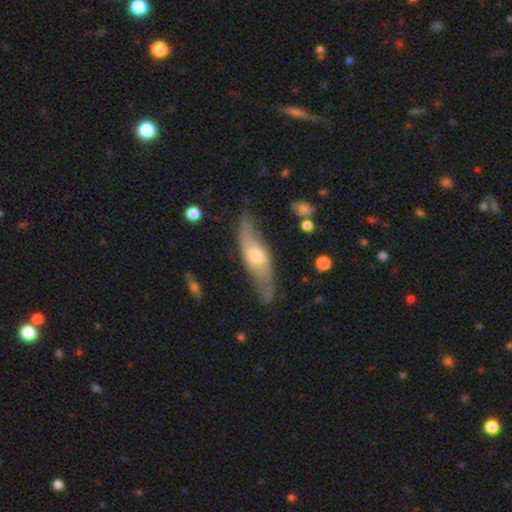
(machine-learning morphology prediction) Smooth or featured? Predicted: featured or disk (p=0.63). Edge-on disk? Predicted: no (p=0.52). Merging? Predicted: none (p=0.70).